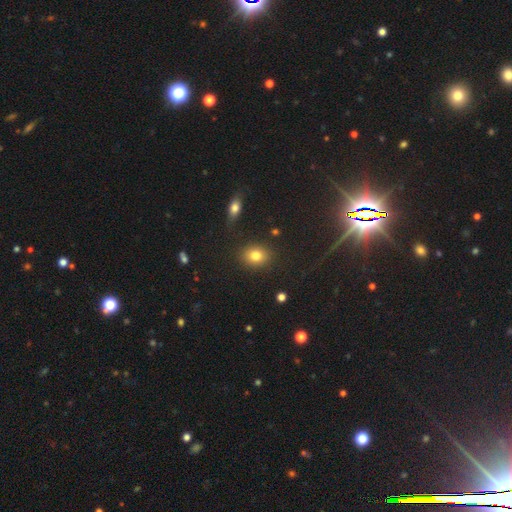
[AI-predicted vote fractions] A smooth galaxy with no disk features (81%) that is round (56%).

Vote fractions:
- Smooth or featured? smooth: 81% / star or artifact: 11% / featured or disk: 8%
- How rounded? round: 56% / in between: 43% / cigar-shaped: 1%
- Merging? none: 86% / minor disturbance: 9% / major disturbance: 3% / merger: 2%